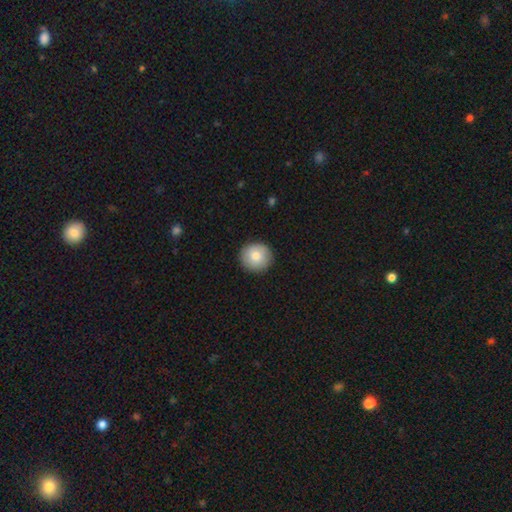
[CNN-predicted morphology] The model was most divided on "smooth or featured": smooth: 80%, featured or disk: 13%, star or artifact: 7%. More confident: how rounded — round (94%); merging — none (91%).